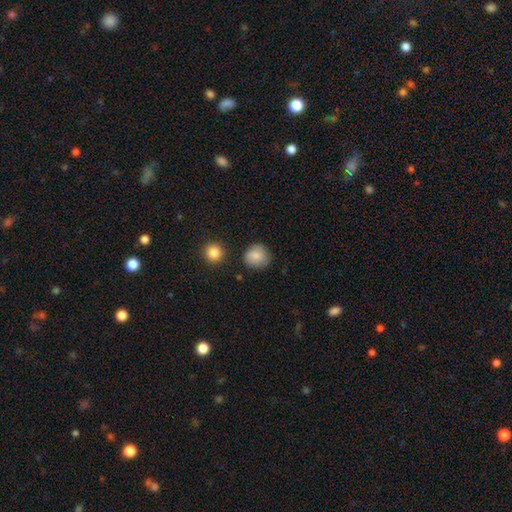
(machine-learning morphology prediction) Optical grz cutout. It shows a smooth galaxy with no disk features (86%) that is round (88%). Merging: none (77%).